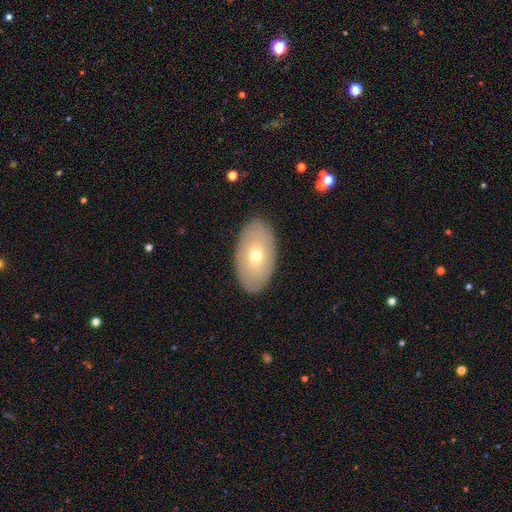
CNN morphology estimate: Q: Smooth or featured?
A: smooth (53%); runner-up: featured or disk (39%)
Q: How rounded?
A: in between (93%); runner-up: round (5%)
Q: Merging?
A: none (87%); runner-up: minor disturbance (9%)